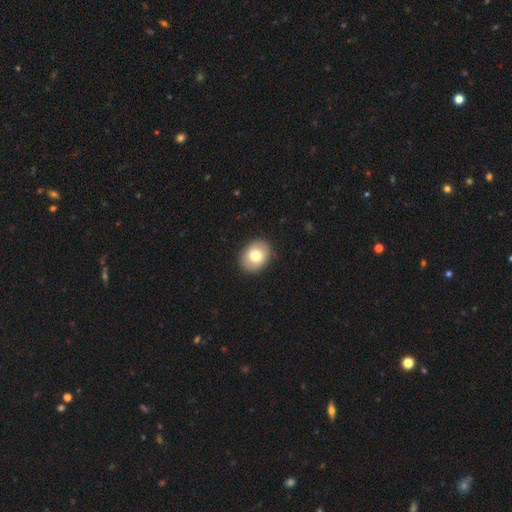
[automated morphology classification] Smooth or featured? Predicted: smooth (p=0.77). How rounded? Predicted: in between (p=0.55). Merging? Predicted: none (p=0.89).